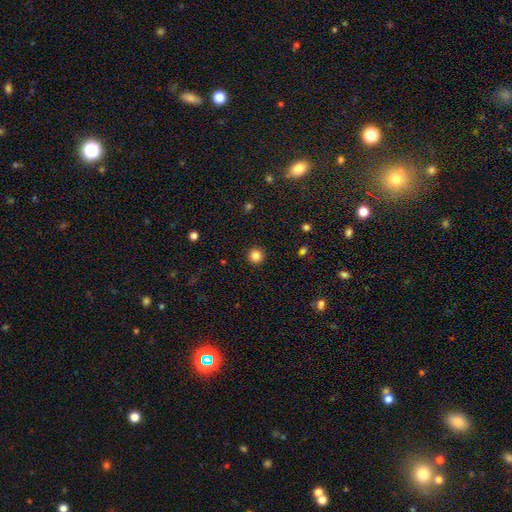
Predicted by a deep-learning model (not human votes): Smooth or featured: smooth — 84% (star or artifact — 12%)
How rounded: round — 95% (in between — 4%)
Merging: none — 92% (minor disturbance — 5%)